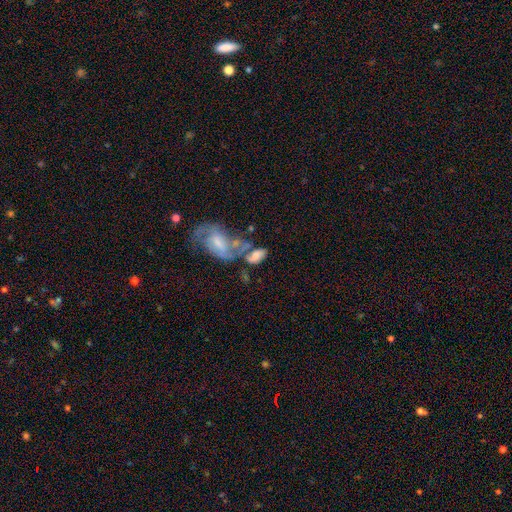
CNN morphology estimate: This appears to be a smooth galaxy with no disk features (62%) that is in between round and cigar-shaped (91%). Merging: merger (43%).